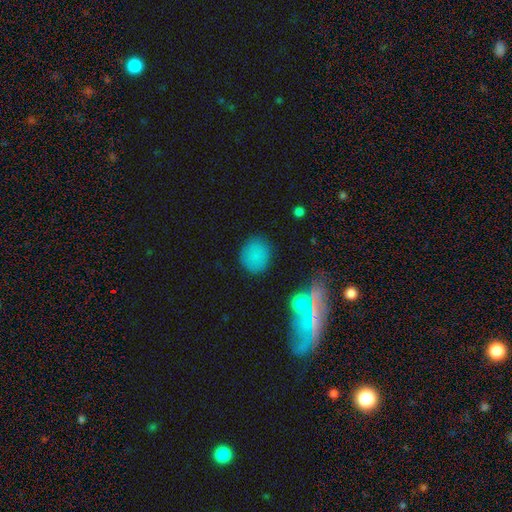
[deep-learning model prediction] smooth-or-featured: smooth: 80% | star or artifact: 13% | featured or disk: 7%
  how-rounded: round: 81% | in between: 17% | cigar-shaped: 1%
  merging: none: 85% | minor disturbance: 9% | major disturbance: 3% | merger: 2%